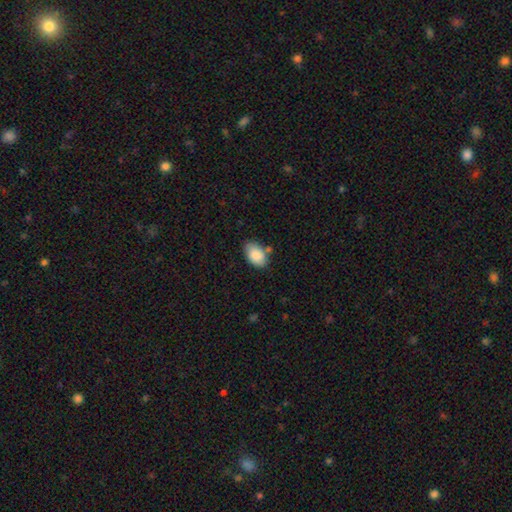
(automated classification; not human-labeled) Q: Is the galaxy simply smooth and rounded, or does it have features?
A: smooth — 87%.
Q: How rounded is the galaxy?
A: in between — 91%.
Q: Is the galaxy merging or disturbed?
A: none — 72%.